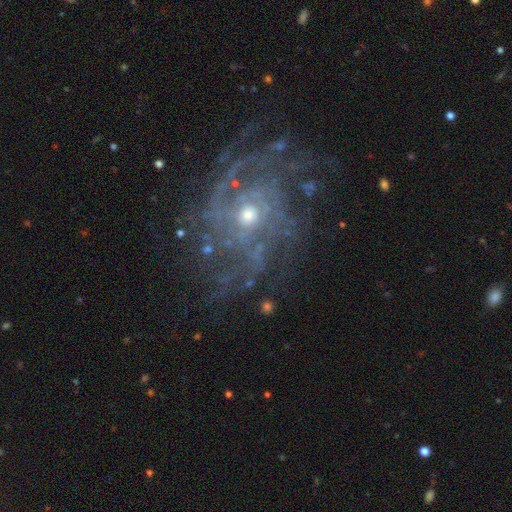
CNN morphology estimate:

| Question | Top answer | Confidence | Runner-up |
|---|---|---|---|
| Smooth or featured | featured or disk | 84% | star or artifact (10%) |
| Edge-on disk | no | 97% | yes (3%) |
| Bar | no | 81% | weak (15%) |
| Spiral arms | yes | 91% | no (9%) |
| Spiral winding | tight | 56% | medium (32%) |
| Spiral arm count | can't tell | 34% | more than 4 (16%) |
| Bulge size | small | 49% | moderate (46%) |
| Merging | none | 66% | minor disturbance (17%) |